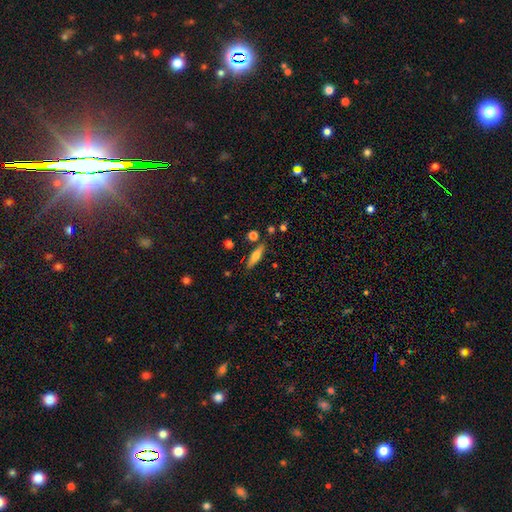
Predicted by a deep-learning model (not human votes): A smooth galaxy with no disk features (55%) that is cigar-shaped (67%).

Vote fractions:
- Smooth or featured? smooth: 55% / featured or disk: 38% / star or artifact: 7%
- How rounded? cigar-shaped: 67% / in between: 30% / round: 3%
- Merging? none: 84% / minor disturbance: 10% / merger: 4% / major disturbance: 2%